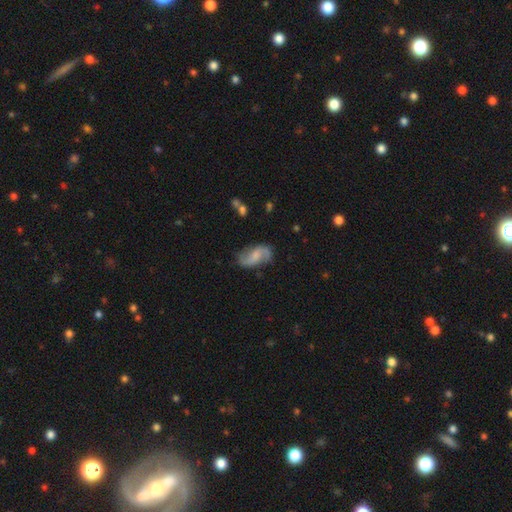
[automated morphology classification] smooth_or_featured: featured or disk (p=0.72) [alt: smooth p=0.22]
disk_edge_on: no (p=0.96) [alt: yes p=0.04]
bar: weak (p=0.47) [alt: no p=0.42]
has_spiral_arms: yes (p=0.93) [alt: no p=0.07]
spiral_winding: loose (p=0.63) [alt: medium p=0.29]
spiral_arm_count: 2 (p=0.91) [alt: can't tell p=0.04]
bulge_size: small (p=0.33) [alt: moderate p=0.31]
merging: none (p=0.74) [alt: minor disturbance p=0.18]